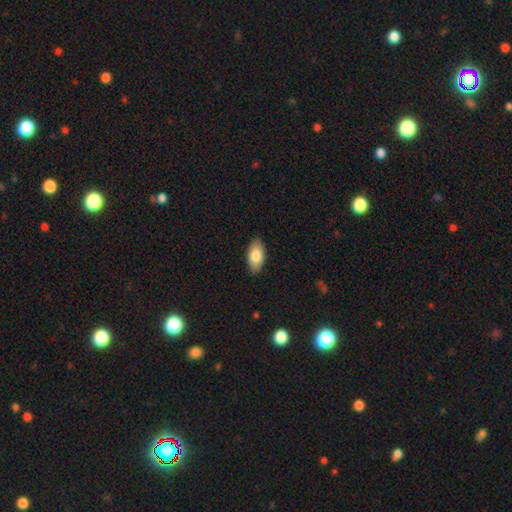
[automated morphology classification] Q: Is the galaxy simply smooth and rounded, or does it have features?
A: smooth — 82%.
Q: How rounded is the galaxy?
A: in between — 93%.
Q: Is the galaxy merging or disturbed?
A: none — 87%.